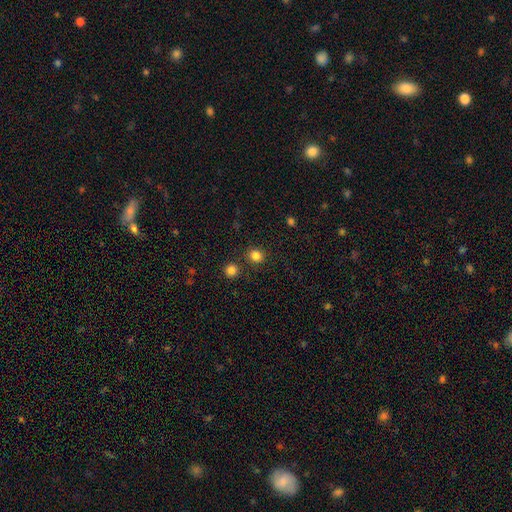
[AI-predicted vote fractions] smooth_or_featured: smooth (p=0.83) [alt: star or artifact p=0.13]
how_rounded: round (p=0.85) [alt: in between p=0.14]
merging: none (p=0.84) [alt: minor disturbance p=0.07]